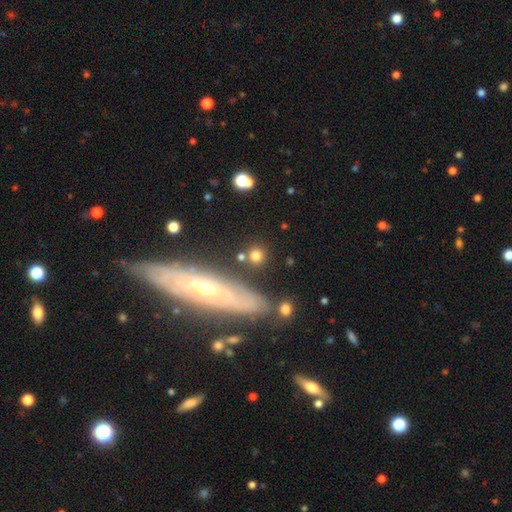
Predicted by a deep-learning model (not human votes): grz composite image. It shows a smooth galaxy with no disk features (77%) that is round (88%). Merging: none (81%).